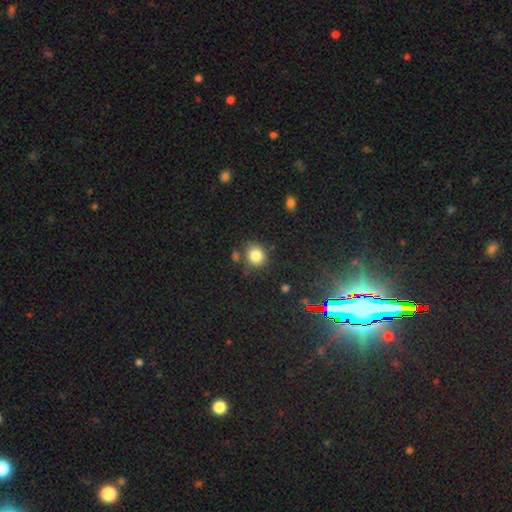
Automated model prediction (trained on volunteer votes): This appears to be a smooth galaxy with no disk features (82%) that is round (78%). Merging: none (76%).